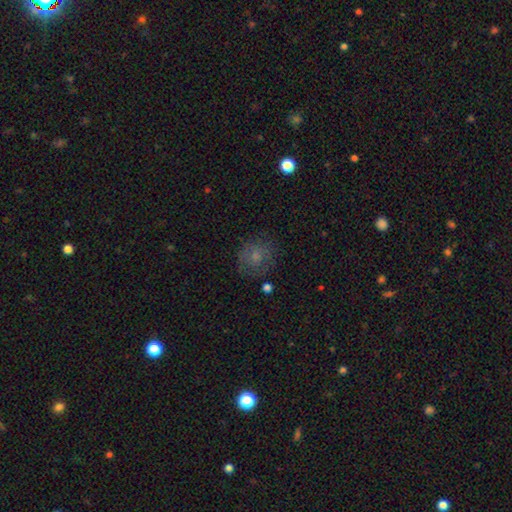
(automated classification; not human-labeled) Smooth or featured?
  - smooth: 66% *
  - featured or disk: 22%
  - star or artifact: 12%
How rounded?
  - round: 82% *
  - in between: 17%
  - cigar-shaped: 1%
Merging?
  - none: 71% *
  - minor disturbance: 18%
  - major disturbance: 9%
  - merger: 2%